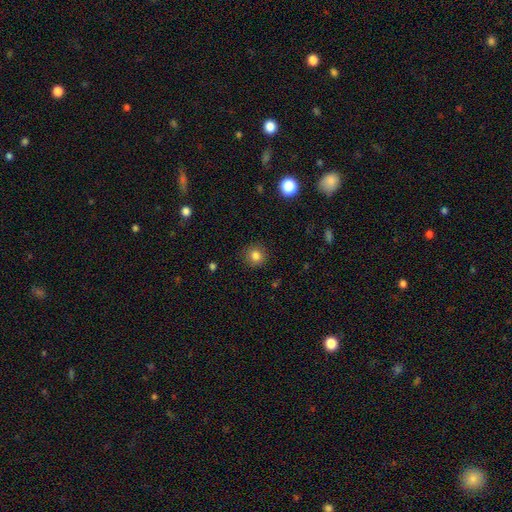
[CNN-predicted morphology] smooth-or-featured: smooth: 82% | star or artifact: 12% | featured or disk: 6%
  how-rounded: round: 91% | in between: 8% | cigar-shaped: 1%
  merging: none: 90% | minor disturbance: 7% | major disturbance: 2% | merger: 1%